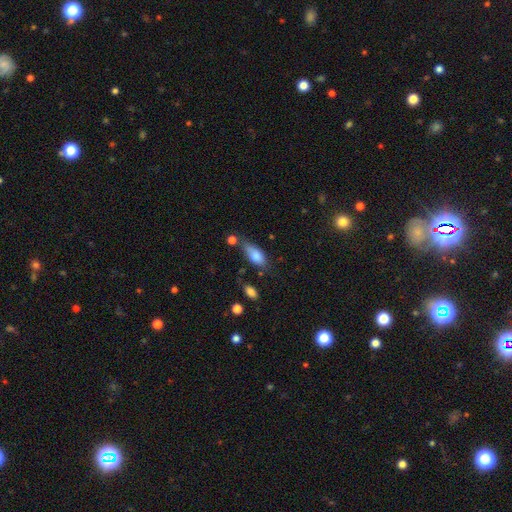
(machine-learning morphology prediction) The model was most divided on "merging": none: 53%, minor disturbance: 29%, merger: 10%, major disturbance: 8%. More confident: how rounded — in between (83%); smooth or featured — smooth (80%).